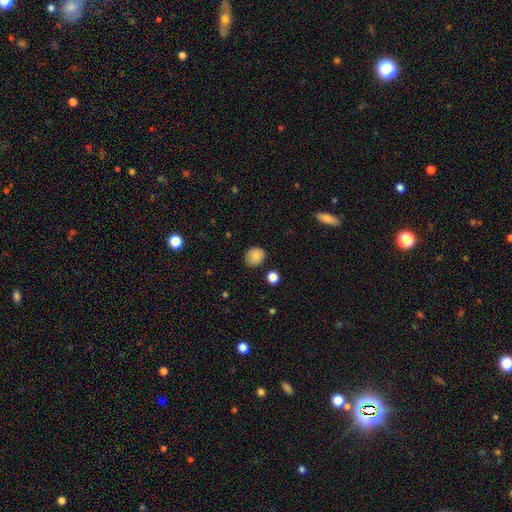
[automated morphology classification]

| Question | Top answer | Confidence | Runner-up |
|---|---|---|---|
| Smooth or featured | smooth | 83% | star or artifact (9%) |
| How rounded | round | 70% | in between (29%) |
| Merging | none | 82% | minor disturbance (13%) |